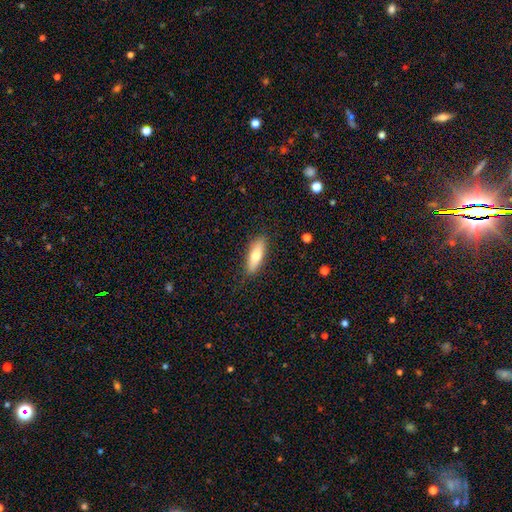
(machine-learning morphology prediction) Smooth or featured? Predicted: smooth (p=0.71). How rounded? Predicted: in between (p=0.50). Merging? Predicted: none (p=0.87).